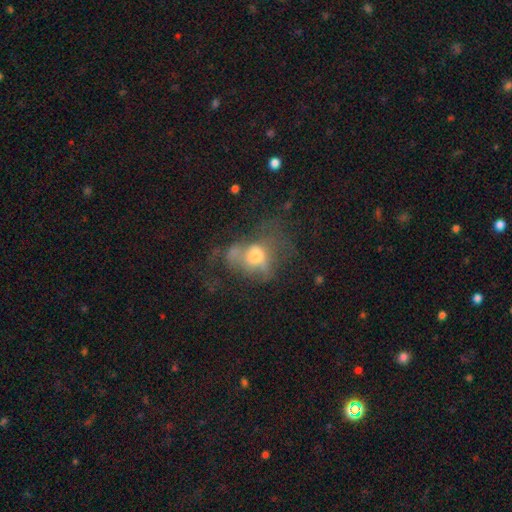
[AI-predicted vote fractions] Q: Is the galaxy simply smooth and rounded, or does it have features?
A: smooth — 45%.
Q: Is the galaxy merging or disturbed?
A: major disturbance — 44%.